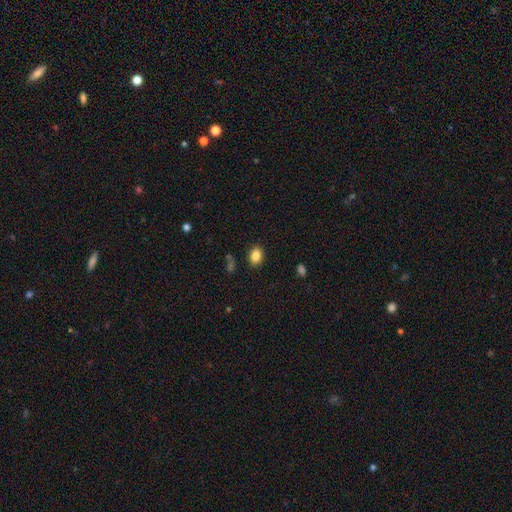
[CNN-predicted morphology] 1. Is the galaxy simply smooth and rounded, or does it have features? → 86% smooth, 9% star or artifact, 5% featured or disk.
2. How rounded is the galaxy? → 75% in between, 24% round, 1% cigar-shaped.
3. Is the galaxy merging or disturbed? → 86% none, 9% minor disturbance, 3% major disturbance, 2% merger.